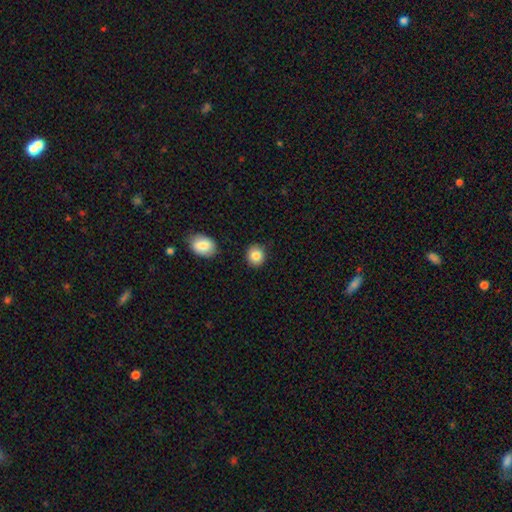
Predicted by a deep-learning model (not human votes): This is clearly a smooth galaxy (86%). How rounded: likely round (80%). Merging: clearly none (86%).